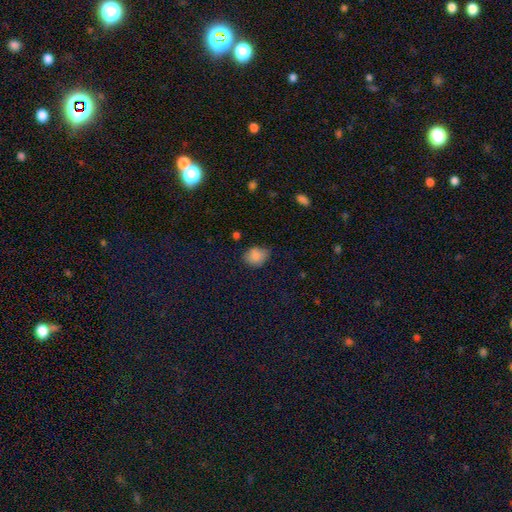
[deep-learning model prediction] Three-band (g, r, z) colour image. It shows a smooth galaxy with no disk features (84%) that is round (55%). Merging: none (67%).